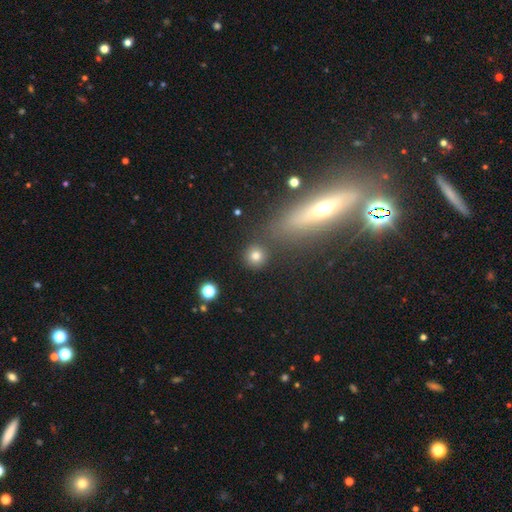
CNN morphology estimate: smooth 79%, star or artifact 13%, featured or disk 8%. Down the decision tree: how rounded — round (92%); merging — none (83%).